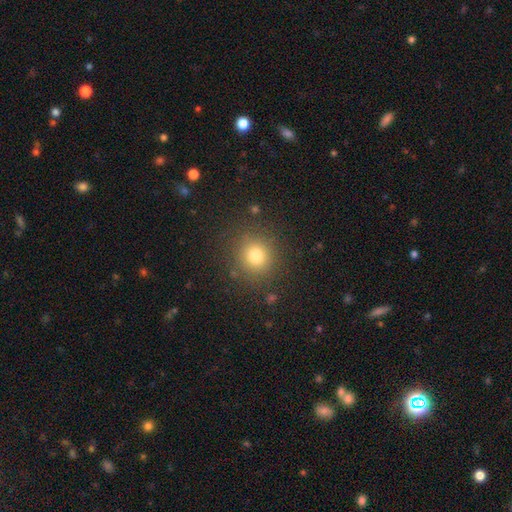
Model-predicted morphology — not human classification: This appears to be a smooth galaxy with no disk features (76%) that is round (91%). Merging: none (87%).